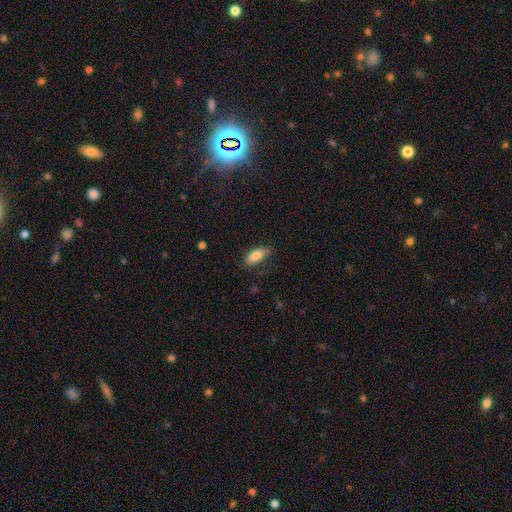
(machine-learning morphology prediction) smooth-or-featured: smooth: 81% | featured or disk: 12% | star or artifact: 7%
  how-rounded: in between: 77% | cigar-shaped: 21% | round: 2%
  merging: none: 82% | minor disturbance: 14% | major disturbance: 3% | merger: 1%